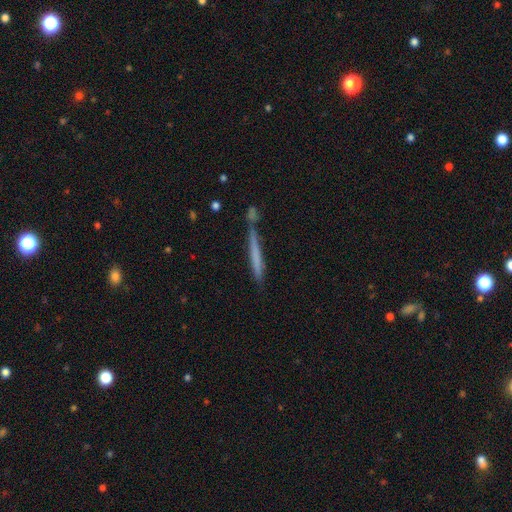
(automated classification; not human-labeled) Smooth or featured? smooth (58%)
How rounded? cigar-shaped (96%)
Merging? none (70%)